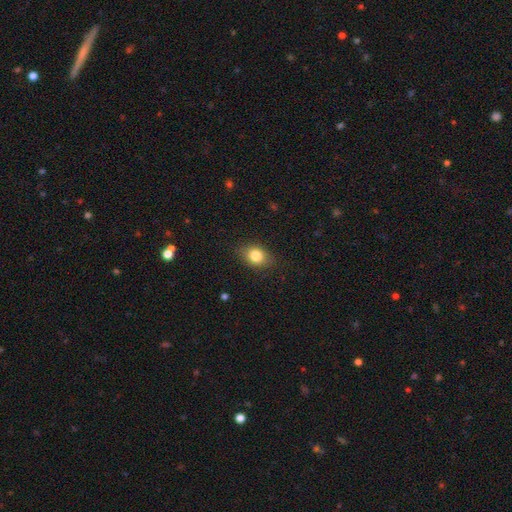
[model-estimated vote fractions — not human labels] smooth-or-featured: smooth: 82% | star or artifact: 9% | featured or disk: 9%
  how-rounded: in between: 60% | round: 39% | cigar-shaped: 1%
  merging: none: 82% | minor disturbance: 13% | major disturbance: 3% | merger: 1%